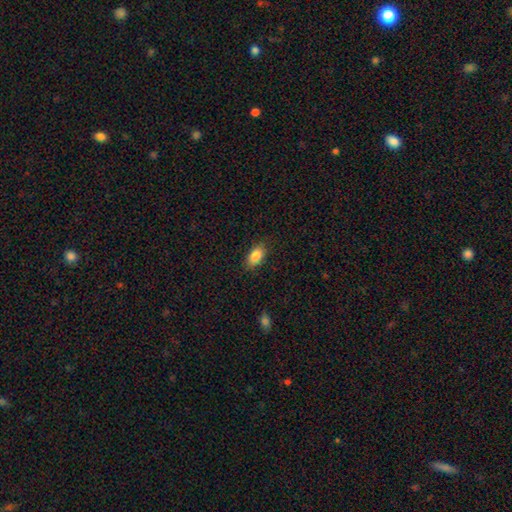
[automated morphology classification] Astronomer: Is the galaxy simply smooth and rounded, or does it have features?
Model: smooth — 84%.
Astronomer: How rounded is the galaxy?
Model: in between — 89%.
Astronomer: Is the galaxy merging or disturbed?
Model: none — 85%.